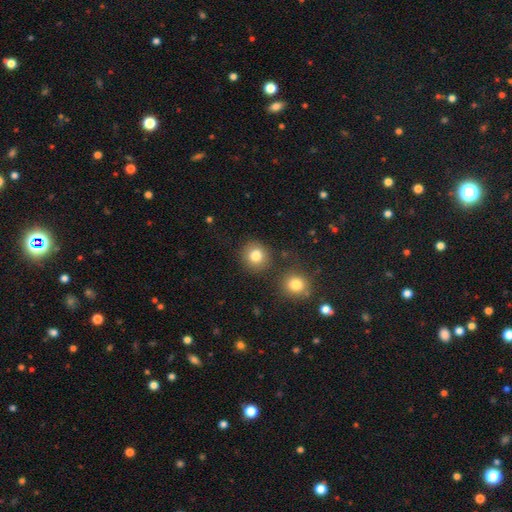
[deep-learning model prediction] Q: Smooth or featured?
A: smooth (82%); runner-up: star or artifact (11%)
Q: How rounded?
A: round (88%); runner-up: in between (11%)
Q: Merging?
A: none (81%); runner-up: minor disturbance (9%)